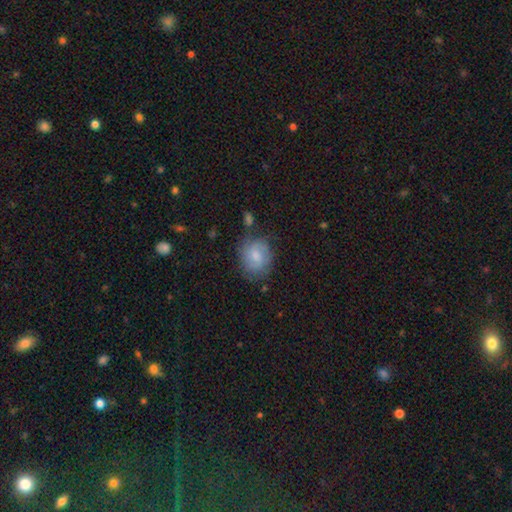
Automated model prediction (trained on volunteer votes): smooth 58%, featured or disk 33%, star or artifact 8%. Down the decision tree: how rounded — round (52%); merging — none (69%).